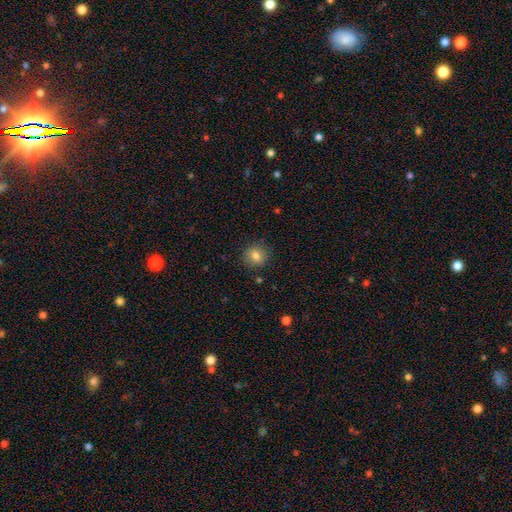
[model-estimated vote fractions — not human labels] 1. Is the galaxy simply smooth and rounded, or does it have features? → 79% smooth, 11% star or artifact, 10% featured or disk.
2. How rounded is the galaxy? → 87% round, 12% in between, 1% cigar-shaped.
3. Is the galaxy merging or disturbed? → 88% none, 8% minor disturbance, 2% major disturbance, 1% merger.